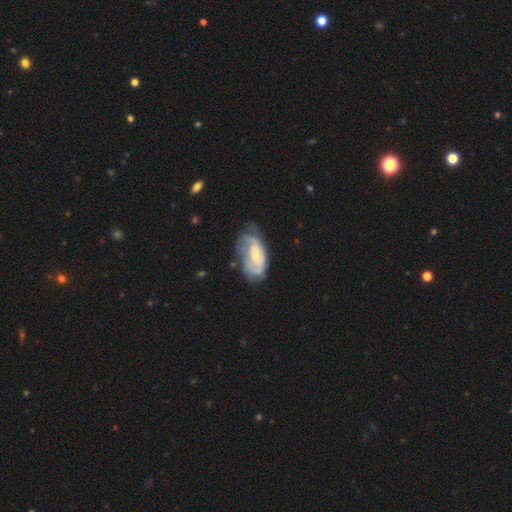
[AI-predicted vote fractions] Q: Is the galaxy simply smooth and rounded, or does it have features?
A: featured or disk — 72%.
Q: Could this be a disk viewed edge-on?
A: no — 95%.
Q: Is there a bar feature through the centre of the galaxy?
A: no — 60%.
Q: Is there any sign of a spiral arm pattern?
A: yes — 84%.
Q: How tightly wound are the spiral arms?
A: tight — 50%.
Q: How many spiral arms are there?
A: can't tell — 39%.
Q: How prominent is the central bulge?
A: small — 61%.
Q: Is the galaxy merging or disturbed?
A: none — 48%.